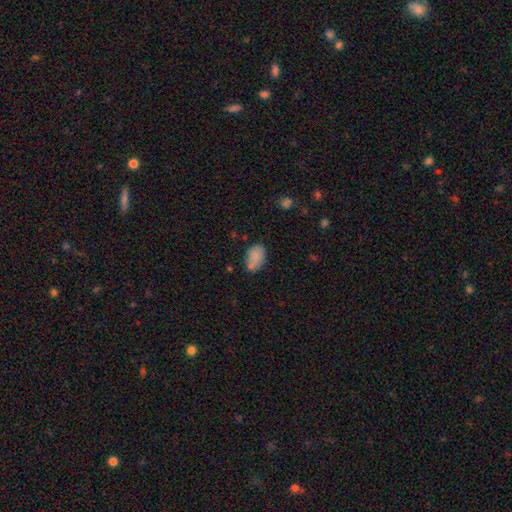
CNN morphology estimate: Smooth or featured? smooth (83%)
How rounded? in between (85%)
Merging? none (63%)